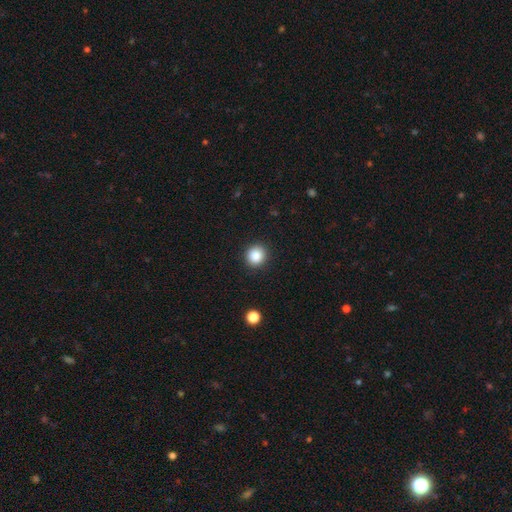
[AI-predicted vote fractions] Smooth or featured?
  - smooth: 87% *
  - star or artifact: 10%
  - featured or disk: 3%
How rounded?
  - round: 90% *
  - in between: 9%
  - cigar-shaped: 1%
Merging?
  - none: 91% *
  - minor disturbance: 6%
  - major disturbance: 2%
  - merger: 1%